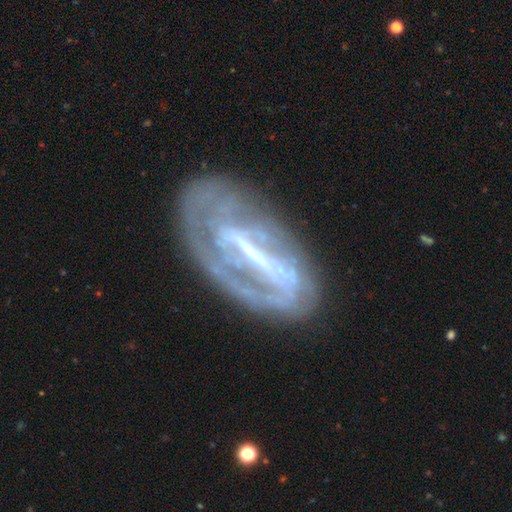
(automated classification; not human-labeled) Smooth or featured?
  - featured or disk: 80% *
  - smooth: 13%
  - star or artifact: 7%
Edge-on disk?
  - no: 89% *
  - yes: 11%
Bar?
  - strong: 68% *
  - weak: 22%
  - no: 10%
Spiral arms?
  - yes: 73% *
  - no: 27%
Spiral winding?
  - tight: 60% *
  - medium: 28%
  - loose: 12%
Spiral arm count?
  - 2: 38% *
  - can't tell: 37%
  - 1: 13%
  - 3: 6%
  - 4: 3%
  - more than 4: 3%
Bulge size?
  - small: 50% *
  - moderate: 34%
  - none: 9%
  - large: 5%
  - dominant: 2%
Merging?
  - none: 66% *
  - minor disturbance: 19%
  - major disturbance: 12%
  - merger: 3%